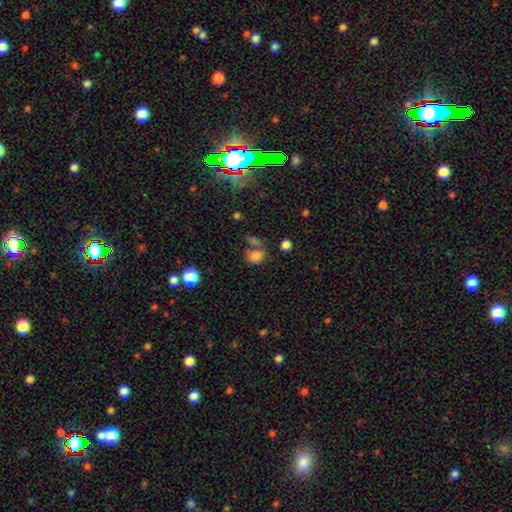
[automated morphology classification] type=smooth (78%); roundness=in between (54%); merging=none (47%).